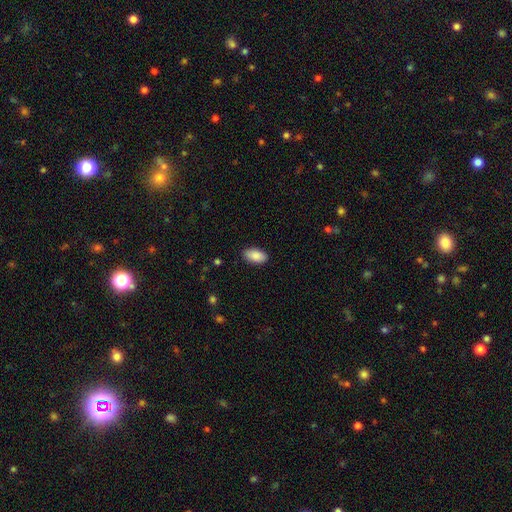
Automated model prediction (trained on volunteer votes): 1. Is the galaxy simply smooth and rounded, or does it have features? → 90% smooth, 6% star or artifact, 4% featured or disk.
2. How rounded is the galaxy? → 94% in between, 3% cigar-shaped, 3% round.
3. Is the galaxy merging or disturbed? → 89% none, 8% minor disturbance, 2% major disturbance, 1% merger.